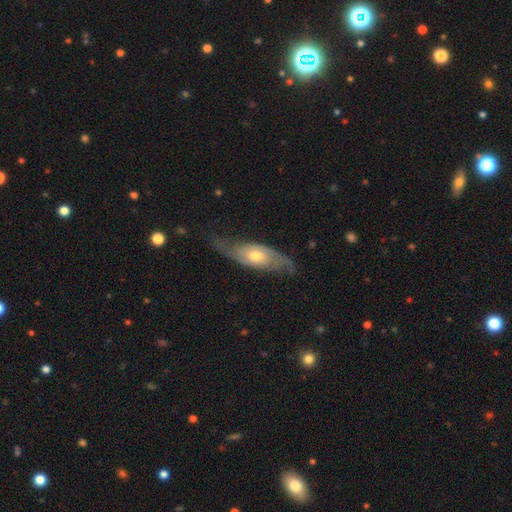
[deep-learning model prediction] Q: Smooth or featured?
A: featured or disk (72%); runner-up: smooth (23%)
Q: Edge-on disk?
A: no (81%); runner-up: yes (19%)
Q: Bar?
A: no (72%); runner-up: weak (24%)
Q: Spiral arms?
A: yes (88%); runner-up: no (12%)
Q: Spiral winding?
A: medium (38%); runner-up: loose (37%)
Q: Spiral arm count?
A: 2 (79%); runner-up: can't tell (14%)
Q: Bulge size?
A: moderate (66%); runner-up: small (26%)
Q: Merging?
A: none (64%); runner-up: minor disturbance (23%)